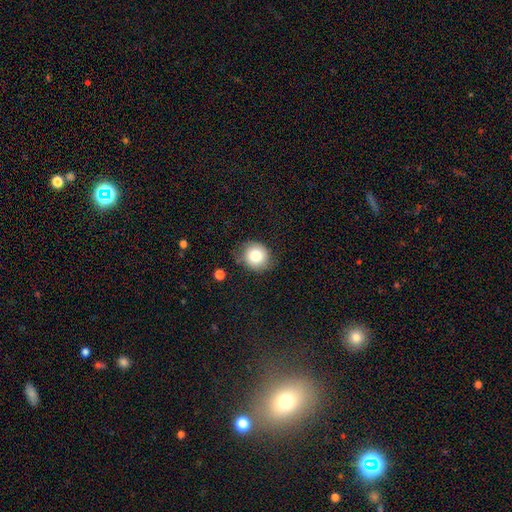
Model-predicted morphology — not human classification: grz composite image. It shows a smooth galaxy with no disk features (80%) that is round (86%). Merging: none (79%).